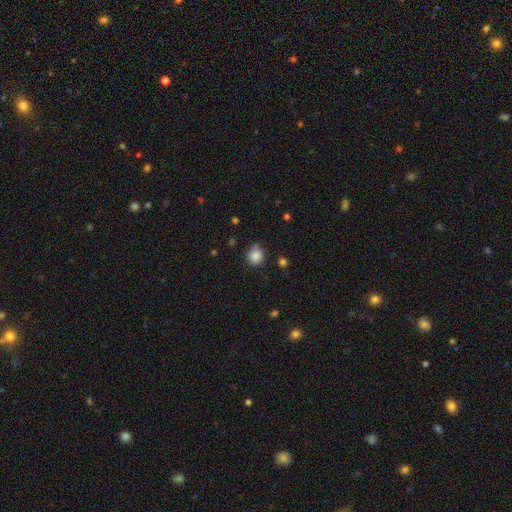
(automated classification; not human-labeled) Overall: smooth (85%). How rounded: round (86%). Merging: none (70%).